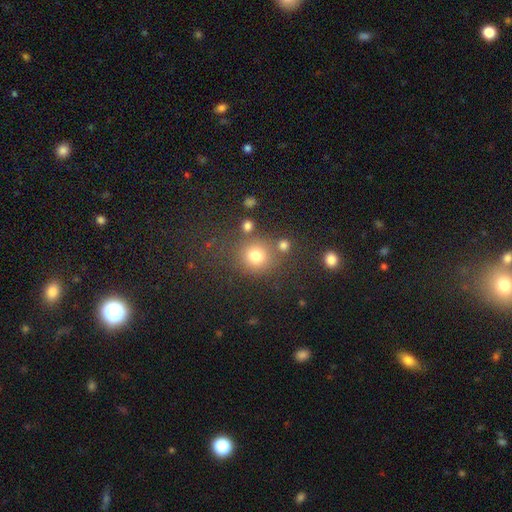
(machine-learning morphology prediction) Smooth or featured? Predicted: smooth (p=0.77). How rounded? Predicted: round (p=0.87). Merging? Predicted: none (p=0.71).